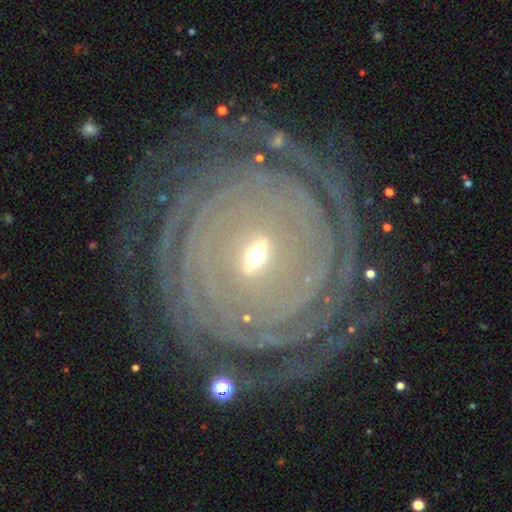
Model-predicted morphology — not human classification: The model was most divided on "bar": weak: 40%, strong: 31%, no: 28%. Remaining: edge-on disk — no (95%); spiral arms — yes (91%); smooth or featured — featured or disk (88%); spiral winding — tight (82%); merging — none (74%); bulge size — small (67%); spiral arm count — can't tell (33%).